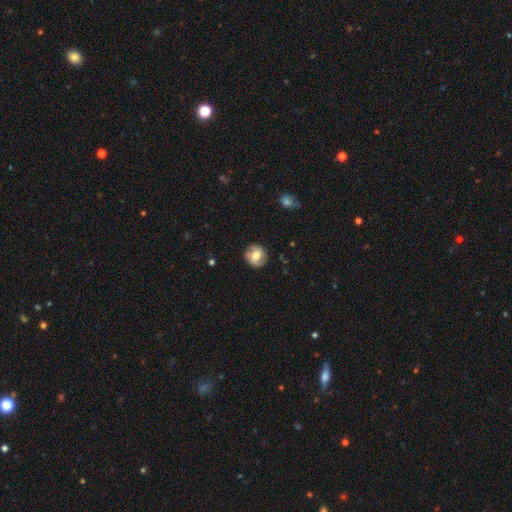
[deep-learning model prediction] smooth_or_featured: smooth (p=0.64) [alt: featured or disk p=0.27]
how_rounded: round (p=0.89) [alt: in between p=0.10]
merging: none (p=0.86) [alt: minor disturbance p=0.10]